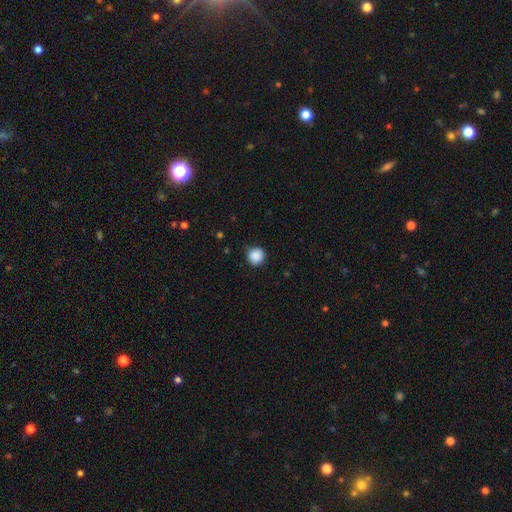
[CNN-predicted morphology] type=smooth (88%); roundness=round (95%); merging=none (89%).